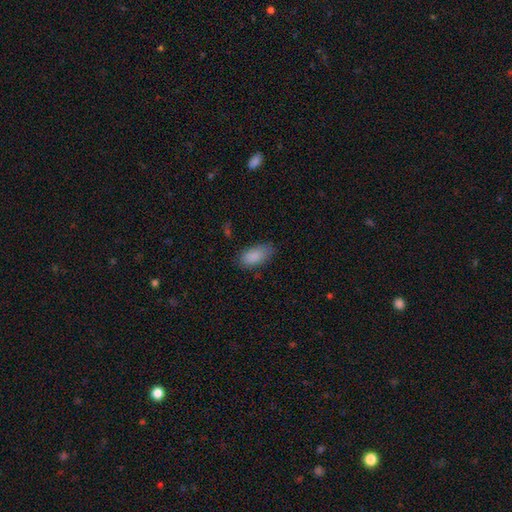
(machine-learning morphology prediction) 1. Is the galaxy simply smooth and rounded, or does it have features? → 88% smooth, 7% star or artifact, 5% featured or disk.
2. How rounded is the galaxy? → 92% in between, 5% cigar-shaped, 3% round.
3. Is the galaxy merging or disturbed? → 77% none, 18% minor disturbance, 4% major disturbance, 1% merger.